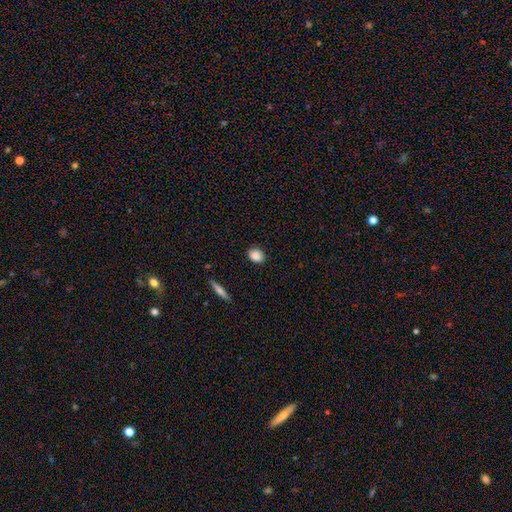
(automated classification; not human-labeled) A smooth galaxy with no disk features (88%) that is round (53%). Merging: none (87%).